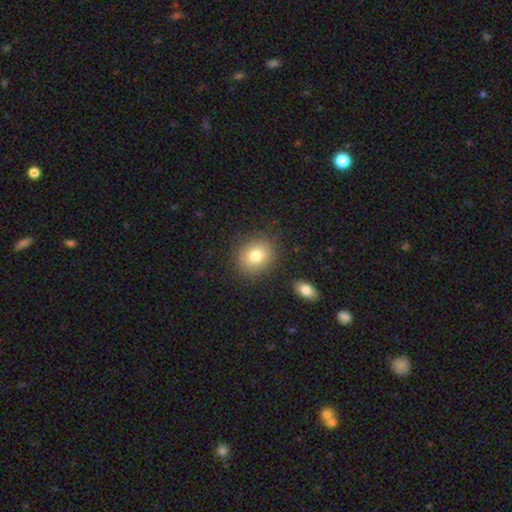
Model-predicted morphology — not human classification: A smooth galaxy with no disk features (81%) that is round (68%).

Vote fractions:
- Smooth or featured? smooth: 81% / star or artifact: 10% / featured or disk: 10%
- How rounded? round: 68% / in between: 31% / cigar-shaped: 1%
- Merging? none: 85% / minor disturbance: 9% / major disturbance: 3% / merger: 3%